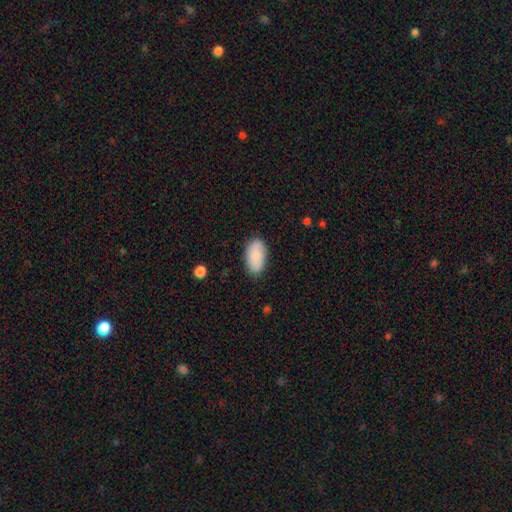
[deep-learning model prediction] The model was most divided on "merging": none: 83%, minor disturbance: 13%, major disturbance: 3%, merger: 1%. More confident: how rounded — in between (94%); smooth or featured — smooth (84%).